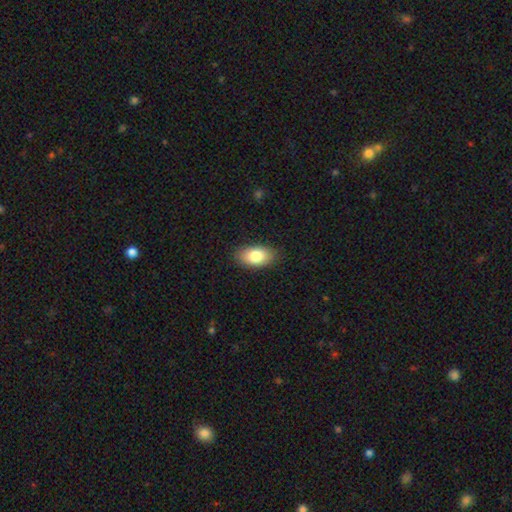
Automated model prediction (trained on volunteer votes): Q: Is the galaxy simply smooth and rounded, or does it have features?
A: smooth — 82%.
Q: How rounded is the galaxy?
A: in between — 93%.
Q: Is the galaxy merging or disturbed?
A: none — 87%.